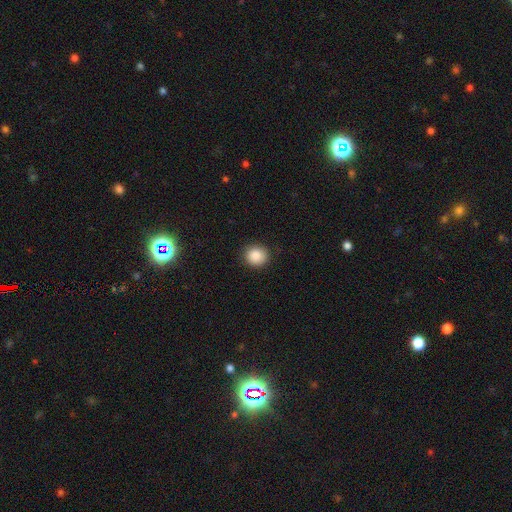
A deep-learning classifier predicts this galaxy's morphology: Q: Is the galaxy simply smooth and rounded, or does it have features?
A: smooth — 86%.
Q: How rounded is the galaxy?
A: round — 89%.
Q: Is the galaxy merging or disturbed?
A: none — 89%.